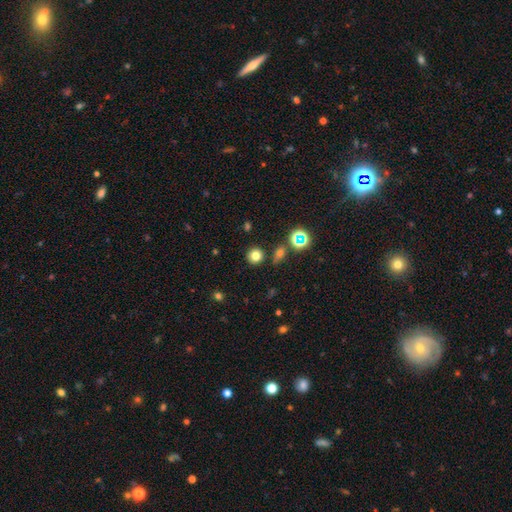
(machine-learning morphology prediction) type=smooth (76%); roundness=round (91%); merging=none (86%).